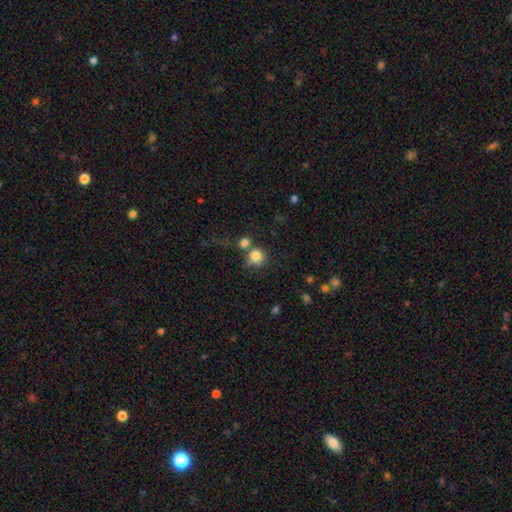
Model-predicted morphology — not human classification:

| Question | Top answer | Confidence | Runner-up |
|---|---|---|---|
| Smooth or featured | smooth | 80% | star or artifact (11%) |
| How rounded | round | 82% | in between (16%) |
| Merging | none | 45% | merger (32%) |